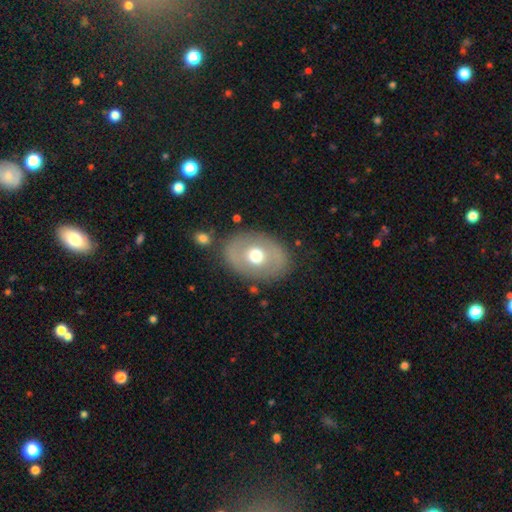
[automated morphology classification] Smooth or featured?
  - smooth: 50% *
  - featured or disk: 43%
  - star or artifact: 7%
How rounded?
  - in between: 66% *
  - round: 32%
  - cigar-shaped: 1%
Merging?
  - none: 81% *
  - minor disturbance: 11%
  - major disturbance: 5%
  - merger: 3%